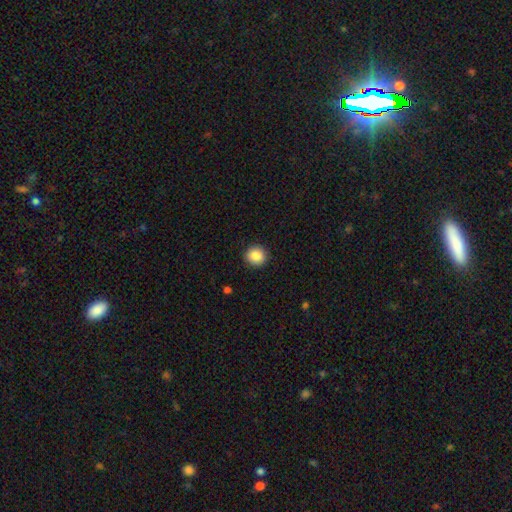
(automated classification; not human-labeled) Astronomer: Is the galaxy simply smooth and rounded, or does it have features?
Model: smooth — 87%.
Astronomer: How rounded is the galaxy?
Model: round — 91%.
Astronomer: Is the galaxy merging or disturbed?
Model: none — 92%.